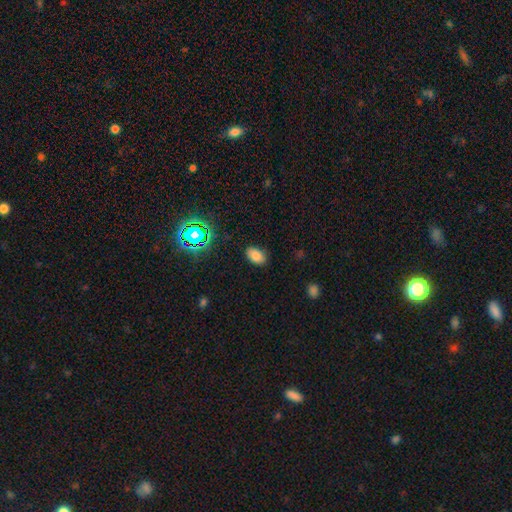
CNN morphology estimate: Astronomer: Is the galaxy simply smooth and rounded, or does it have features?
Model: smooth — 79%.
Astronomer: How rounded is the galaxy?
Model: in between — 90%.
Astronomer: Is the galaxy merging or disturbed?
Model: none — 85%.